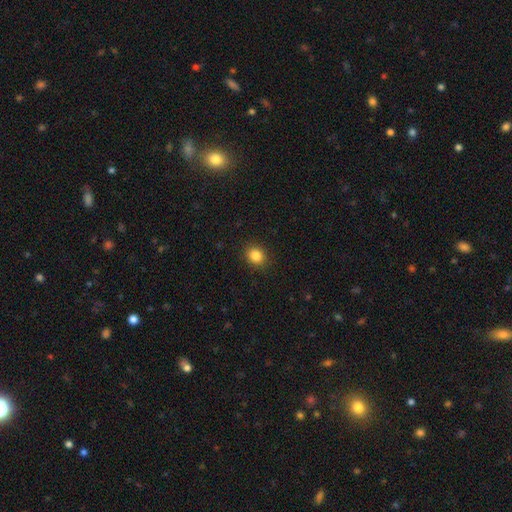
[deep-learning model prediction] Morphology: type=smooth (85%); roundness=round (62%); merging=none (89%).